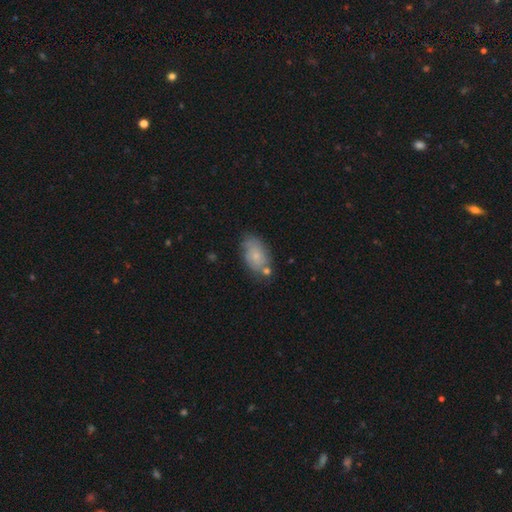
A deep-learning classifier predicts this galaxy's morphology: Smooth or featured: smooth — 55% (featured or disk — 36%)
How rounded: in between — 89% (round — 8%)
Merging: none — 60% (minor disturbance — 24%)